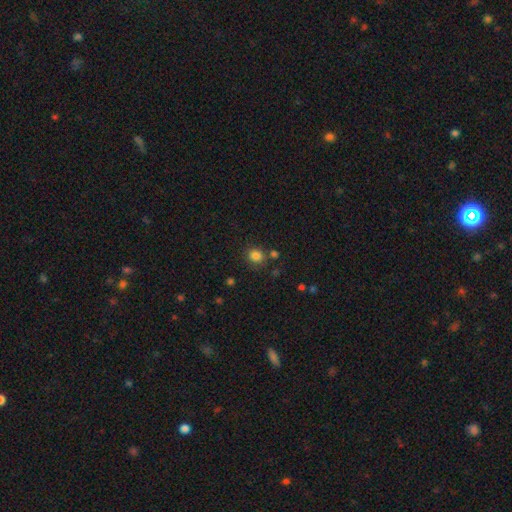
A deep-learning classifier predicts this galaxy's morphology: The model was most divided on "how rounded": round: 81%, in between: 18%, cigar-shaped: 1%. More confident: smooth or featured — smooth (82%); merging — none (76%).